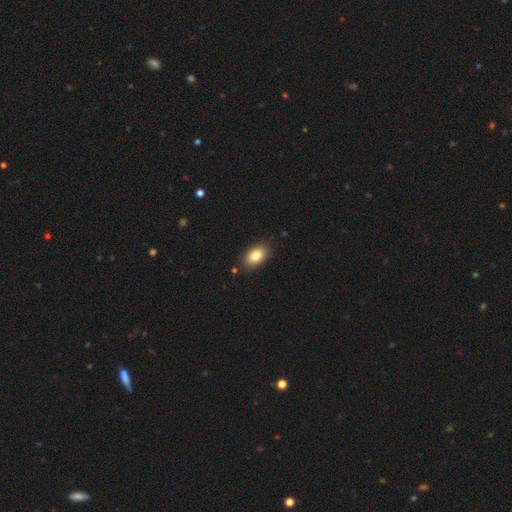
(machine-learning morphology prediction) smooth_or_featured: smooth (p=0.84) [alt: featured or disk p=0.08]
how_rounded: in between (p=0.88) [alt: round p=0.10]
merging: none (p=0.85) [alt: minor disturbance p=0.11]